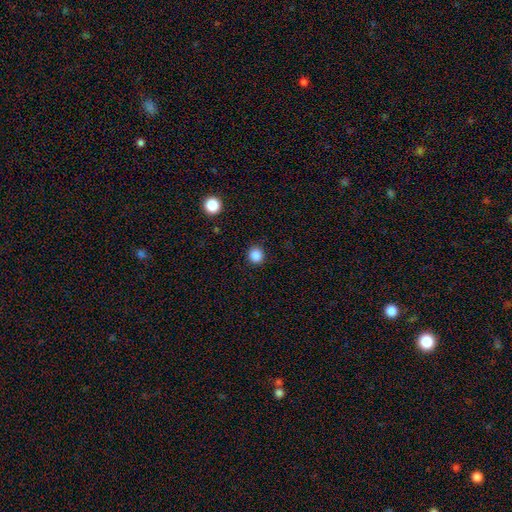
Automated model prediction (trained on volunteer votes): A smooth galaxy with no disk features (85%) that is round (93%).

Vote fractions:
- Smooth or featured? smooth: 85% / star or artifact: 12% / featured or disk: 3%
- How rounded? round: 93% / in between: 6% / cigar-shaped: 1%
- Merging? none: 91% / minor disturbance: 6% / major disturbance: 2% / merger: 1%